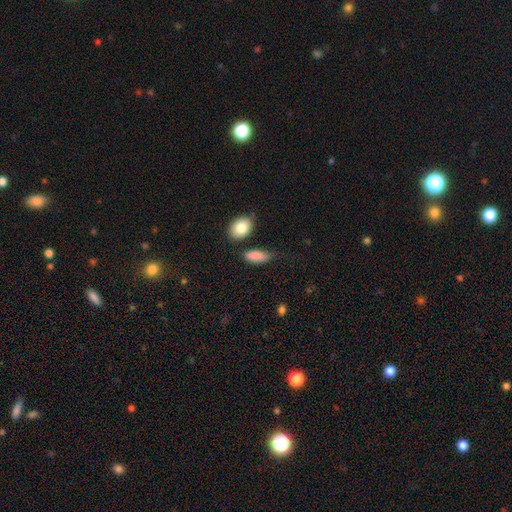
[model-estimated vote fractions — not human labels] Overall: smooth (87%). How rounded: in between (81%). Merging: none (59%; minor disturbance 26%).